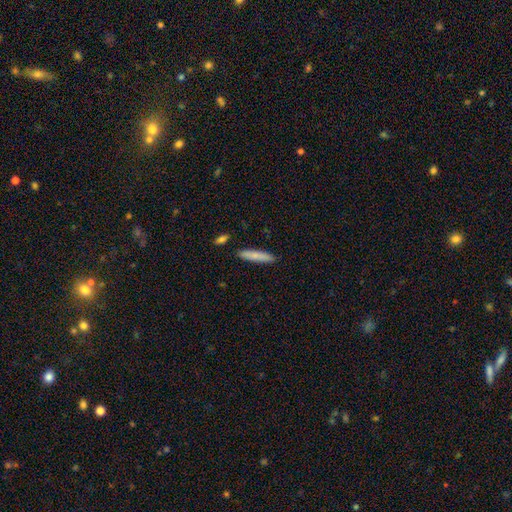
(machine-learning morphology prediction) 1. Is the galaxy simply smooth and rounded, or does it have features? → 80% smooth, 14% featured or disk, 6% star or artifact.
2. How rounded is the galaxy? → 86% cigar-shaped, 12% in between, 1% round.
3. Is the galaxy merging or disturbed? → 87% none, 8% minor disturbance, 3% merger, 2% major disturbance.